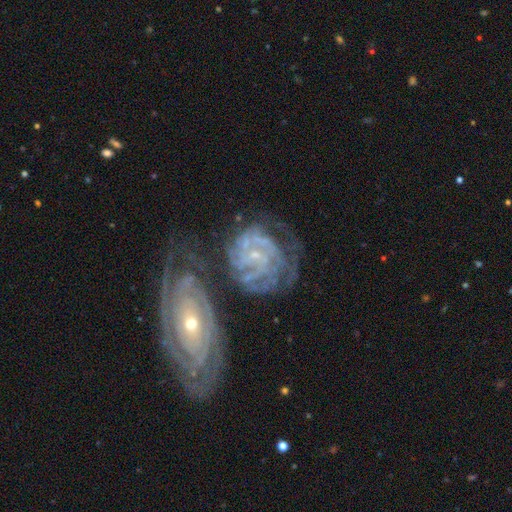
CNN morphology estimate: Smooth or featured? featured or disk (85%)
Edge-on disk? no (97%)
Bar? no (62%)
Spiral arms? yes (94%)
Spiral winding? tight (71%)
Spiral arm count? can't tell (36%)
Bulge size? small (78%)
Merging? none (40%)